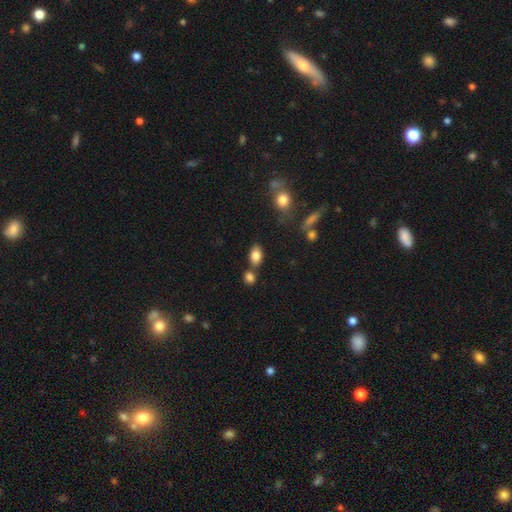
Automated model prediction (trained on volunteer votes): Overall: smooth (83%). How rounded: in between (85%). Merging: none (66%).